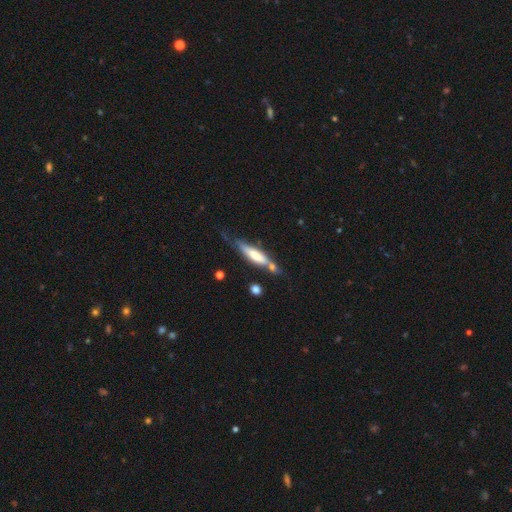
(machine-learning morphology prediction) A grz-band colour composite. It shows a smooth galaxy with no disk features (51%) that is cigar-shaped (76%). Merging: none (50%).